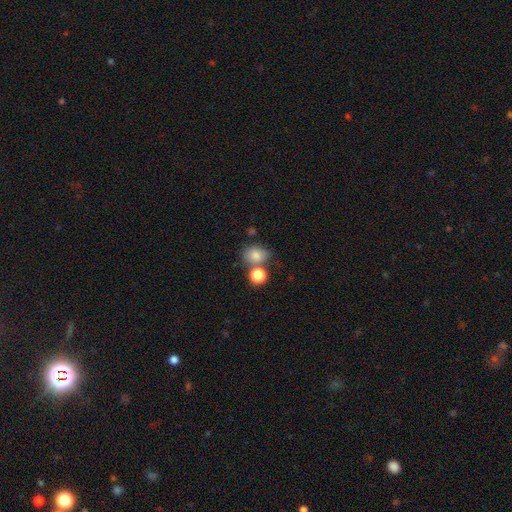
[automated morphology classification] The model was most divided on "how rounded": round: 51%, in between: 48%, cigar-shaped: 1%. More confident: smooth or featured — smooth (80%); merging — none (56%).